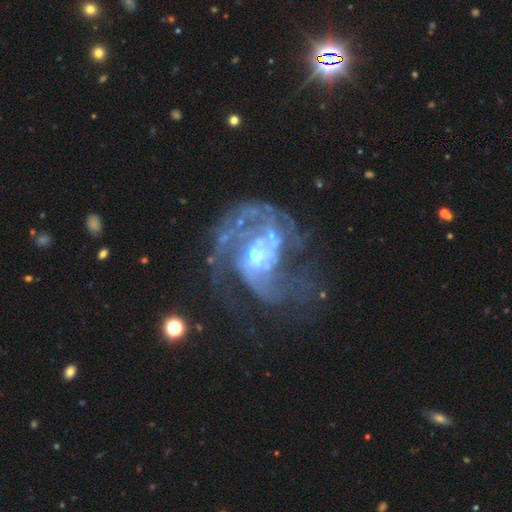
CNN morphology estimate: Q: Smooth or featured?
A: featured or disk (84%); runner-up: star or artifact (9%)
Q: Edge-on disk?
A: no (98%); runner-up: yes (2%)
Q: Bar?
A: no (63%); runner-up: weak (29%)
Q: Spiral arms?
A: yes (84%); runner-up: no (16%)
Q: Spiral winding?
A: medium (42%); runner-up: loose (34%)
Q: Spiral arm count?
A: 2 (33%); runner-up: can't tell (28%)
Q: Bulge size?
A: moderate (59%); runner-up: small (25%)
Q: Merging?
A: major disturbance (41%); runner-up: none (29%)